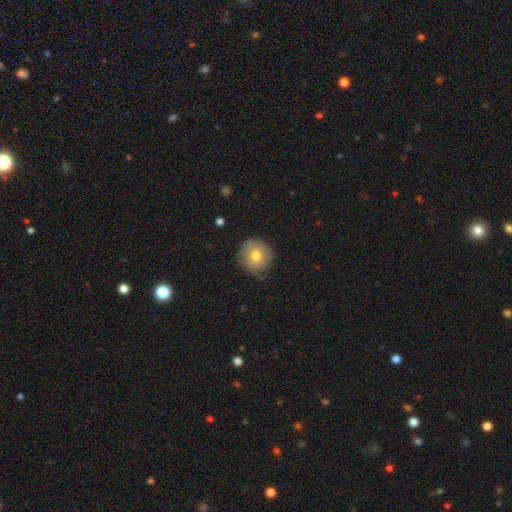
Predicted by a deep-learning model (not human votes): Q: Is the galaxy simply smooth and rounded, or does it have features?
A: smooth — 73%.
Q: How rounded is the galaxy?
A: round — 92%.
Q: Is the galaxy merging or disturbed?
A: none — 75%.